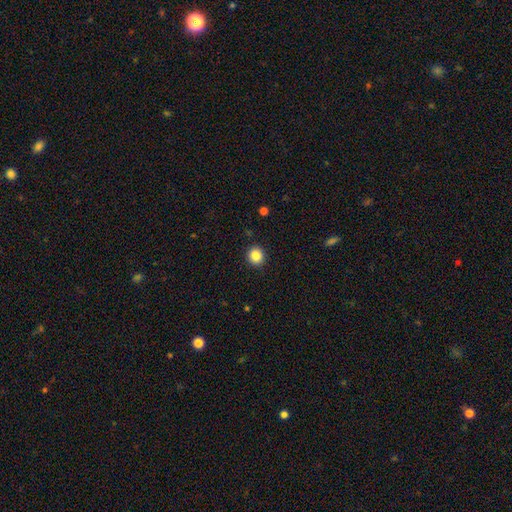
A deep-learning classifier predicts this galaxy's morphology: A smooth galaxy with no disk features (86%) that is round (87%). Merging: none (92%).